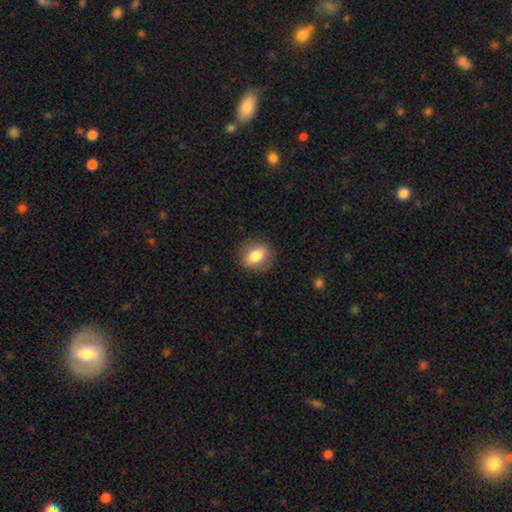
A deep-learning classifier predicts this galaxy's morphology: The model was most divided on "how rounded": in between: 61%, round: 35%, cigar-shaped: 4%. More confident: merging — none (87%); smooth or featured — smooth (77%).